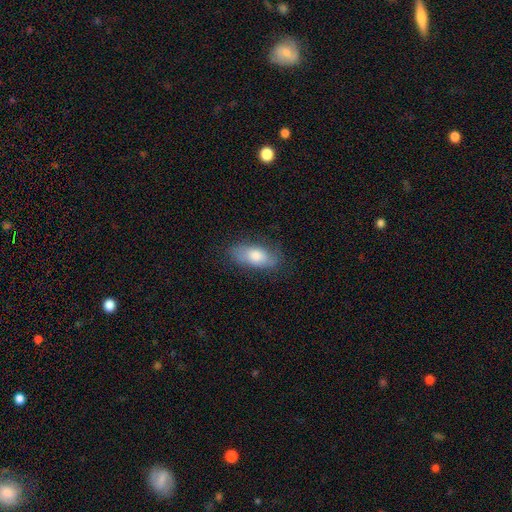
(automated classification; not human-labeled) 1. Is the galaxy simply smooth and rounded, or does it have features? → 75% smooth, 18% featured or disk, 7% star or artifact.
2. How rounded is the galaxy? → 84% in between, 13% cigar-shaped, 4% round.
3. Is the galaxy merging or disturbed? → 76% none, 18% minor disturbance, 5% major disturbance, 1% merger.